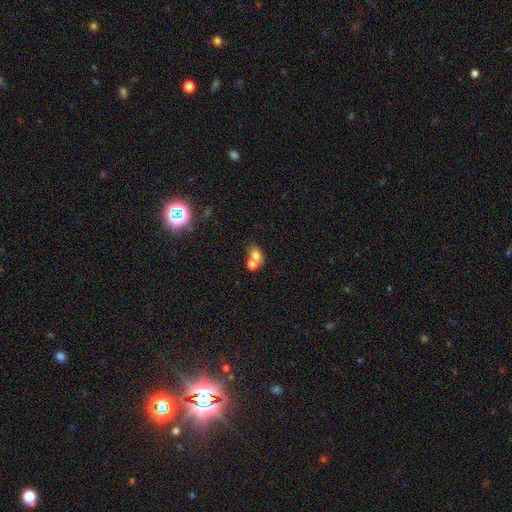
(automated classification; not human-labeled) Smooth or featured? Predicted: smooth (p=0.71). How rounded? Predicted: in between (p=0.52). Merging? Predicted: merger (p=0.56).